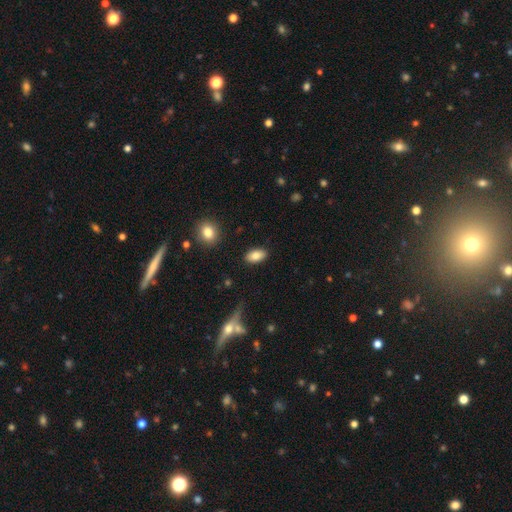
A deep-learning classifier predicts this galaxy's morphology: Smooth or featured? smooth (84%)
How rounded? in between (92%)
Merging? none (88%)